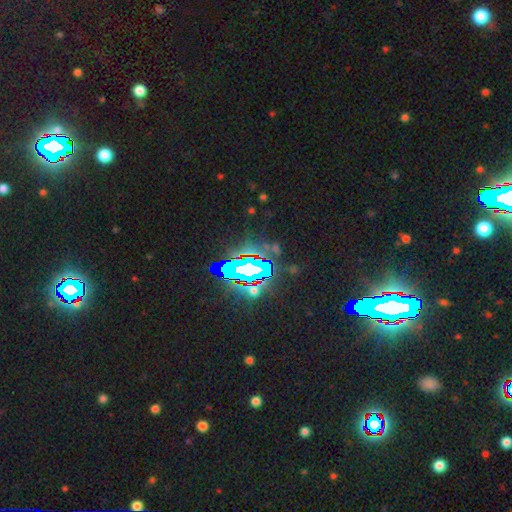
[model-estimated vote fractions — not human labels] This is clearly a star or artifact rather than a galaxy (81%).